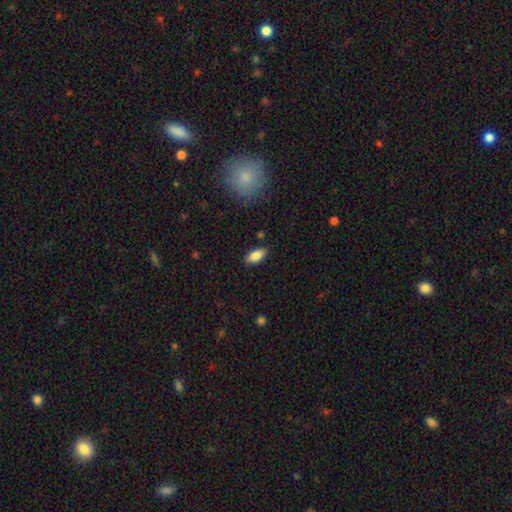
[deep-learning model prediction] Morphology: type=smooth (82%); roundness=in between (87%); merging=none (85%).